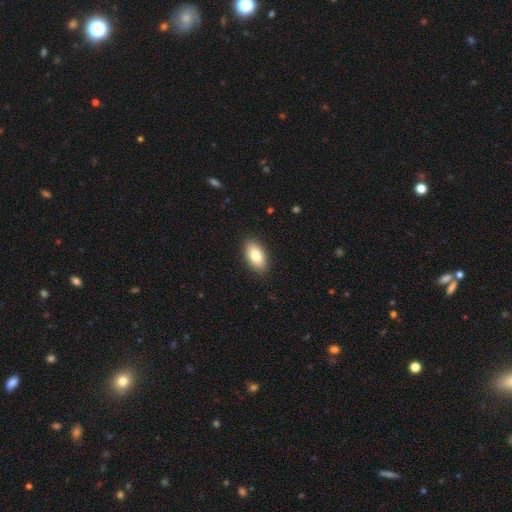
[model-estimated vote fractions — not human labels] A smooth galaxy with no disk features (82%) that is in between round and cigar-shaped (93%).

Vote fractions:
- Smooth or featured? smooth: 82% / featured or disk: 12% / star or artifact: 7%
- How rounded? in between: 93% / round: 4% / cigar-shaped: 3%
- Merging? none: 89% / minor disturbance: 8% / major disturbance: 2% / merger: 1%